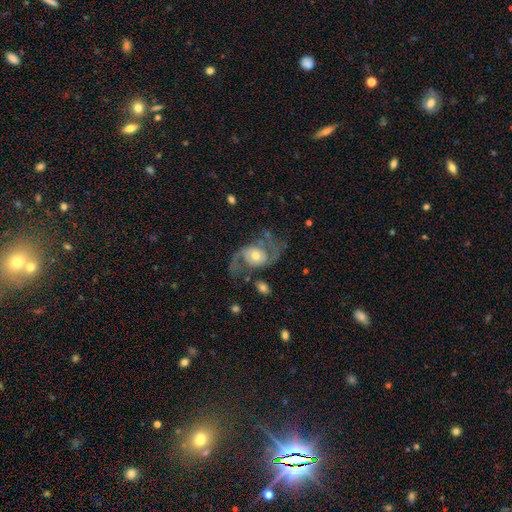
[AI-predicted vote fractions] Overall: featured or disk (83%). Edge-on disk: no (97%). Bar: no (67%). Spiral arms: yes (93%). Spiral arm count: 2 (90%). Spiral winding: loose (53%; medium 39%). Bulge size: moderate (62%; small 26%). Merging: none (58%; major disturbance 21%).